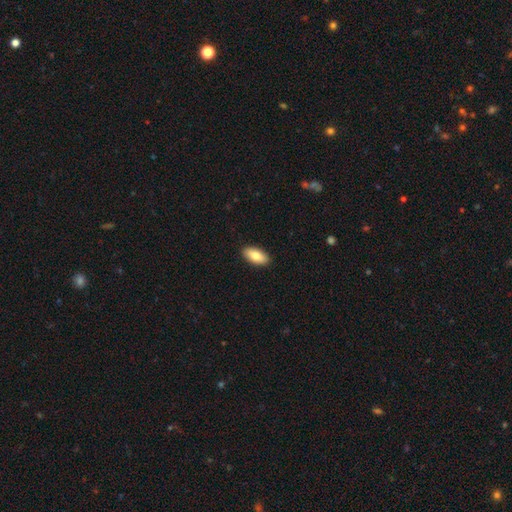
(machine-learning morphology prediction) Q: Smooth or featured?
A: smooth (79%); runner-up: featured or disk (15%)
Q: How rounded?
A: in between (91%); runner-up: cigar-shaped (6%)
Q: Merging?
A: none (91%); runner-up: minor disturbance (7%)